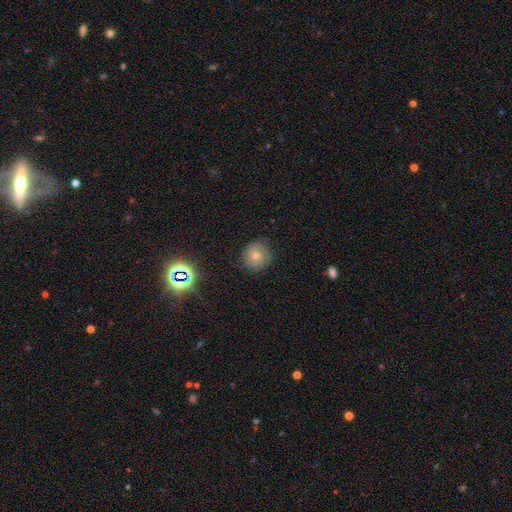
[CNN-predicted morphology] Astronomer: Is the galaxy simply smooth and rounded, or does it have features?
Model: featured or disk — 62%.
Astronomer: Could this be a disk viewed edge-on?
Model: no — 97%.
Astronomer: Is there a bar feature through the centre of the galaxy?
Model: no — 70%.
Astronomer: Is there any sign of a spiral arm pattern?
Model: yes — 90%.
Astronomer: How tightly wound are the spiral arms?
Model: tight — 69%.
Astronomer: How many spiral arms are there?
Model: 2 — 68%.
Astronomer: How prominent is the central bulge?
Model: moderate — 60%.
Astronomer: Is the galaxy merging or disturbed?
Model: none — 82%.